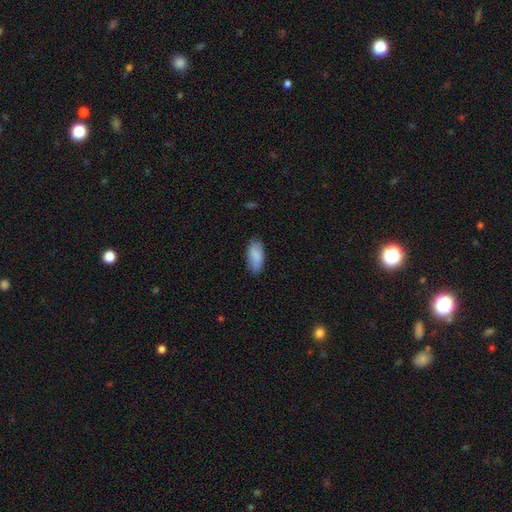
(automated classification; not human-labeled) smooth_or_featured: smooth (p=0.86) [alt: featured or disk p=0.08]
how_rounded: in between (p=0.88) [alt: cigar-shaped p=0.10]
merging: none (p=0.77) [alt: minor disturbance p=0.19]